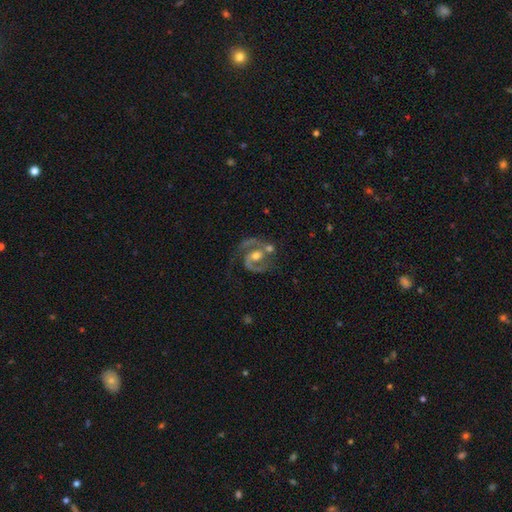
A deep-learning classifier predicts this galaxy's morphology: A featured or disk galaxy (90%) with no bar (42%), 2 (84%) medium (58%) spiral arms (97%) and a moderate central bulge (67%). Merging: none (59%).